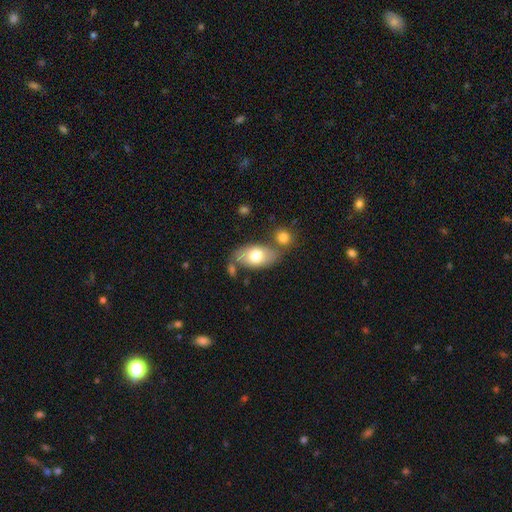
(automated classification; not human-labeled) Smooth or featured? Predicted: smooth (p=0.70). How rounded? Predicted: in between (p=0.91). Merging? Predicted: none (p=0.62).